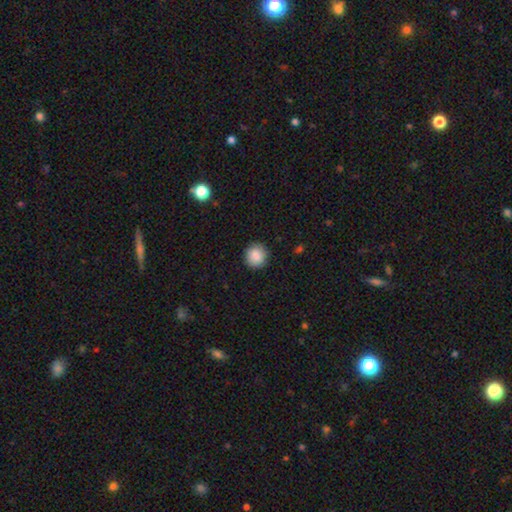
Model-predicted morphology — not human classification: Smooth or featured?
  - smooth: 85% *
  - star or artifact: 8%
  - featured or disk: 7%
How rounded?
  - round: 91% *
  - in between: 8%
  - cigar-shaped: 1%
Merging?
  - none: 91% *
  - minor disturbance: 7%
  - major disturbance: 2%
  - merger: 1%